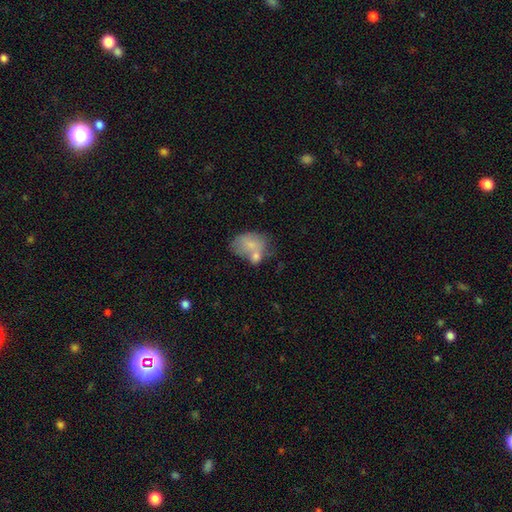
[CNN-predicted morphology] Smooth or featured? Predicted: smooth (p=0.64). How rounded? Predicted: in between (p=0.76). Merging? Predicted: merger (p=0.35).